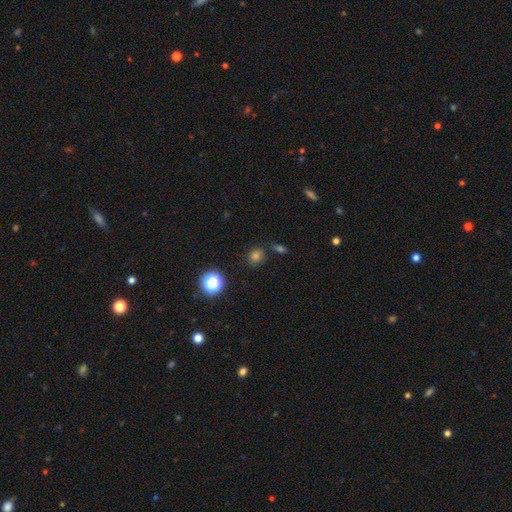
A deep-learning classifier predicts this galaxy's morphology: A smooth galaxy with no disk features (73%) that is round (68%).

Vote fractions:
- Smooth or featured? smooth: 73% / star or artifact: 20% / featured or disk: 7%
- How rounded? round: 68% / in between: 31% / cigar-shaped: 1%
- Merging? none: 76% / minor disturbance: 13% / merger: 8% / major disturbance: 4%